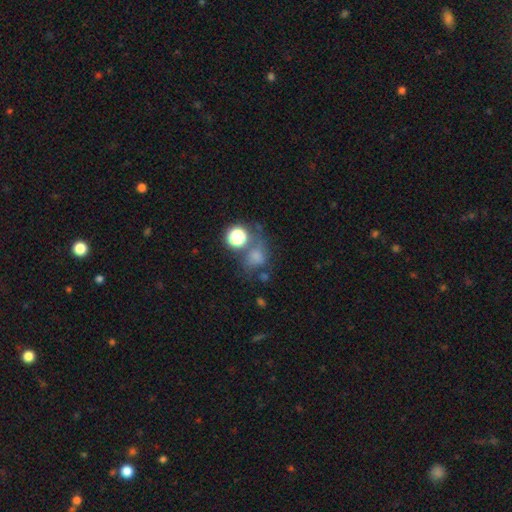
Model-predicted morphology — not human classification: This appears to be a smooth galaxy with no disk features (54%) that is round (68%). Merging: none (49%).